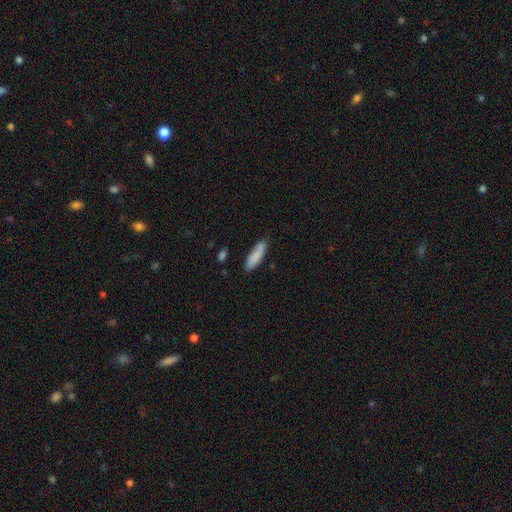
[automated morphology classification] type=smooth (84%); roundness=cigar-shaped (52%); merging=none (73%).